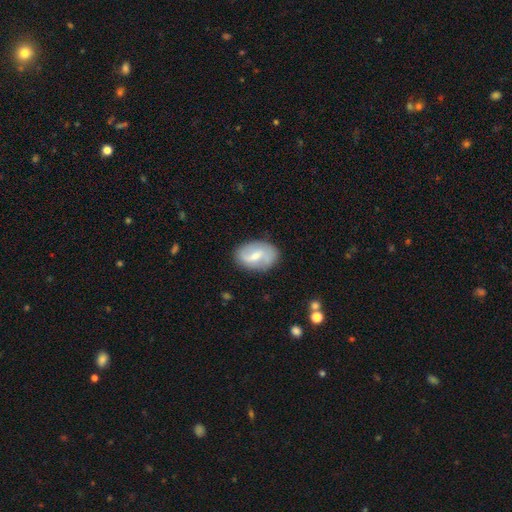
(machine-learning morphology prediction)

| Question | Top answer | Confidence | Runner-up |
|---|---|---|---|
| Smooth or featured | featured or disk | 57% | smooth (37%) |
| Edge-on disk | no | 96% | yes (4%) |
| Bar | weak | 57% | strong (25%) |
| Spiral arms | yes | 76% | no (24%) |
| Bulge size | moderate | 46% | small (42%) |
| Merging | none | 78% | minor disturbance (16%) |